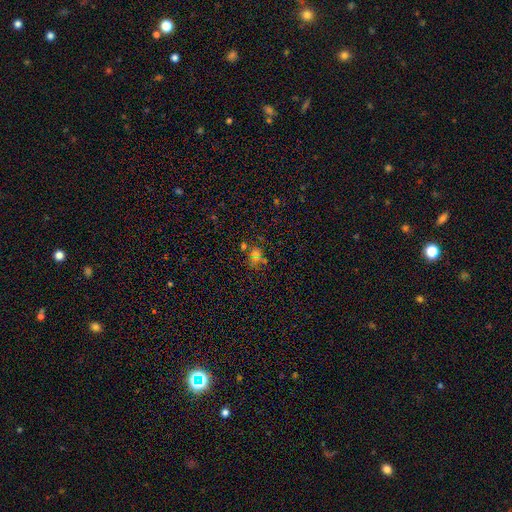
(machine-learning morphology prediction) type=smooth (51%); roundness=round (66%); merging=none (54%).